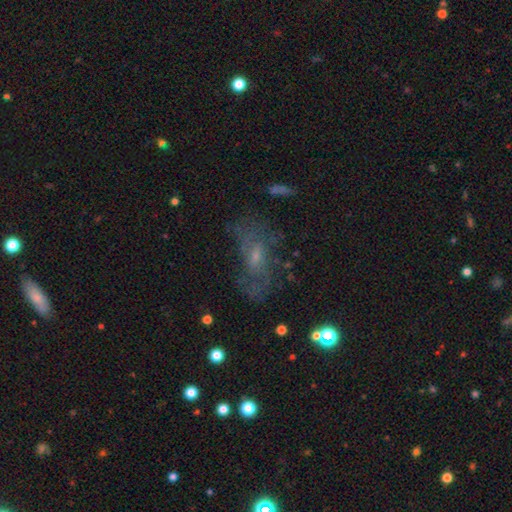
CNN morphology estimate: type=featured or disk (57%); edge-on=no (91%); bar=no (56%); spiral arms=yes (55%); bulge=small (53%); merging=none (56%).